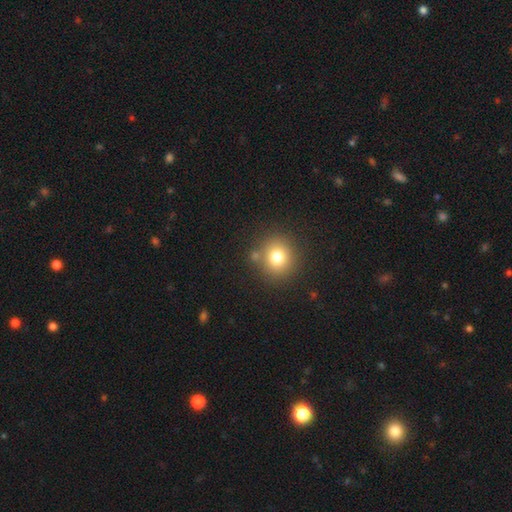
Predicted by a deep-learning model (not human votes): A smooth galaxy with no disk features (75%) that is round (90%).

Vote fractions:
- Smooth or featured? smooth: 75% / star or artifact: 16% / featured or disk: 9%
- How rounded? round: 90% / in between: 9% / cigar-shaped: 1%
- Merging? none: 81% / merger: 8% / minor disturbance: 8% / major disturbance: 3%